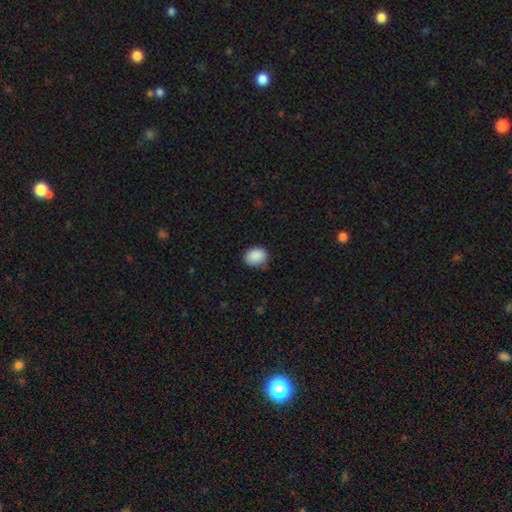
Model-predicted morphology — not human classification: The model was most divided on "how rounded": in between: 61%, round: 38%, cigar-shaped: 1%. More confident: smooth or featured — smooth (89%); merging — none (75%).